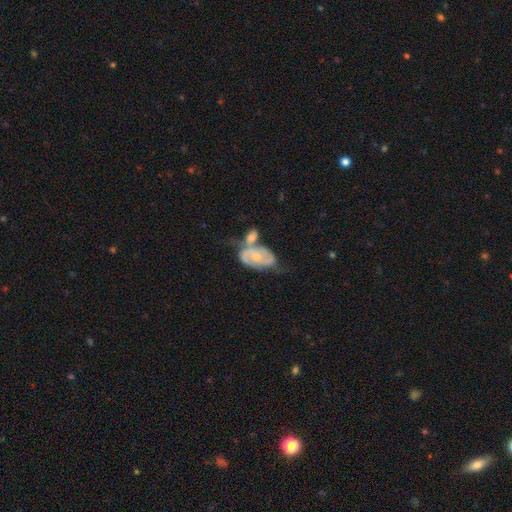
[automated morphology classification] This is likely a featured or disk galaxy (73%). It is clearly not viewed edge-on (96%). Bar: likely no (67%). Spiral arm pattern: clearly yes (86%). Spiral arm count: likely 2 (76%). Spiral winding: marginally medium (43%). Central bulge: possibly small (49%). Merging: marginally merger (43%).